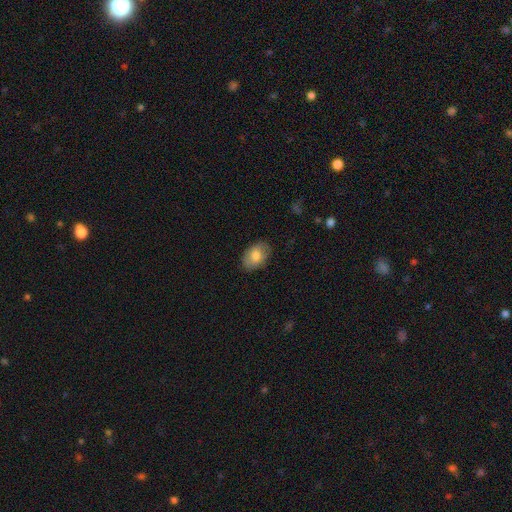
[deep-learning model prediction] smooth 77%, featured or disk 15%, star or artifact 7%. Down the decision tree: how rounded — in between (87%); merging — none (84%).